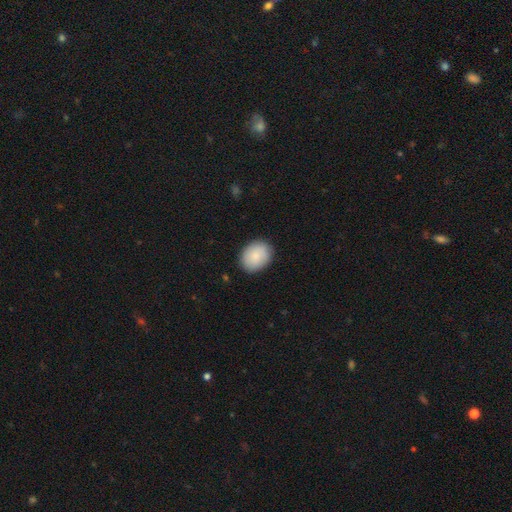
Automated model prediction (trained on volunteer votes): smooth_or_featured: smooth (p=0.88) [alt: featured or disk p=0.07]
how_rounded: in between (p=0.63) [alt: round p=0.36]
merging: none (p=0.88) [alt: minor disturbance p=0.09]